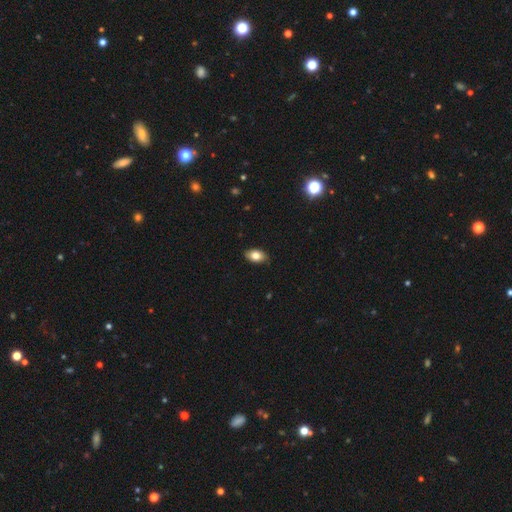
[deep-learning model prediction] This appears to be a smooth galaxy with no disk features (82%) that is in between round and cigar-shaped (89%). Merging: none (87%).